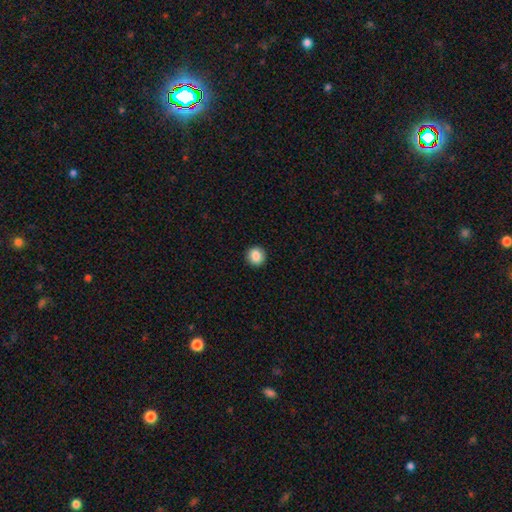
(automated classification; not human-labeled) A smooth galaxy with no disk features (86%) that is round (92%). Merging: none (92%).